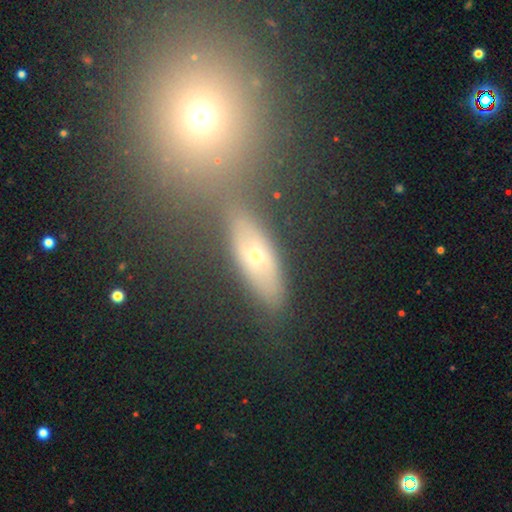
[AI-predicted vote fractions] The model was most divided on "smooth or featured": smooth: 46%, featured or disk: 37%, star or artifact: 17%. More confident: merging — none (77%).